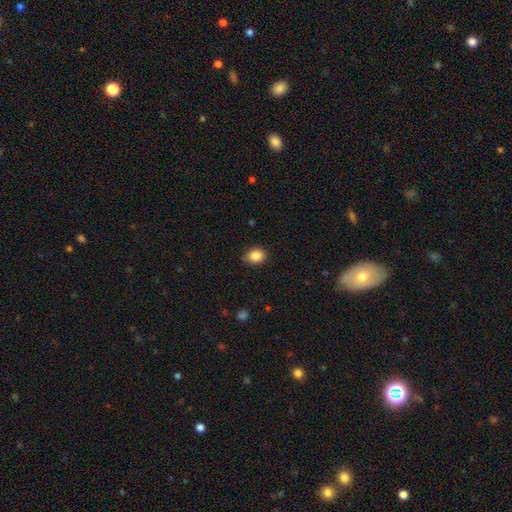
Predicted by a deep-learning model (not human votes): Smooth or featured: smooth — 86% (star or artifact — 9%)
How rounded: round — 56% (in between — 43%)
Merging: none — 82% (minor disturbance — 14%)